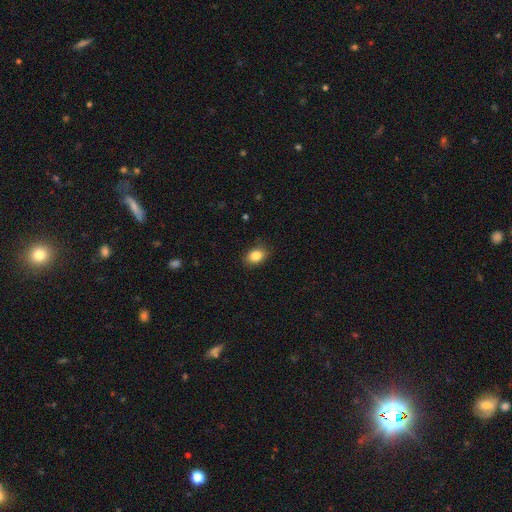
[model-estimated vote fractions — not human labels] smooth 85%, star or artifact 9%, featured or disk 6%. Down the decision tree: how rounded — in between (73%); merging — none (84%).